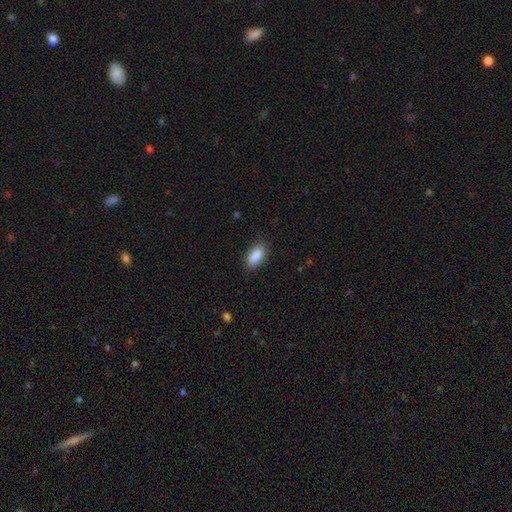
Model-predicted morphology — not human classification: Overall: smooth (90%). How rounded: in between (89%). Merging: none (84%).